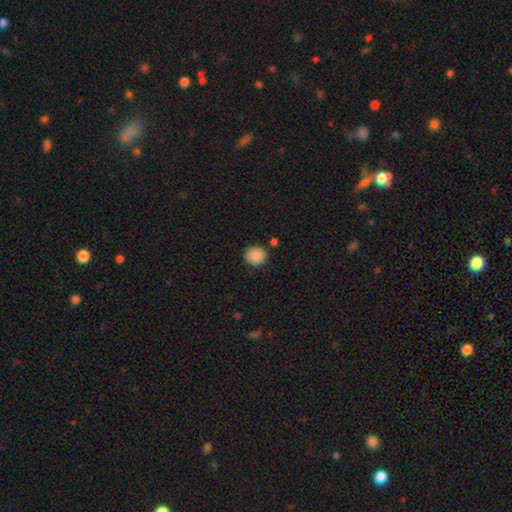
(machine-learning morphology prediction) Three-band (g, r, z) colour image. It shows a smooth galaxy with no disk features (88%) that is round (87%). Merging: none (87%).